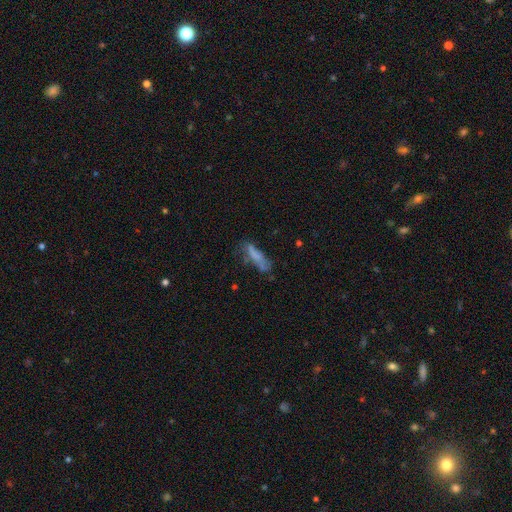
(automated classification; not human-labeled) Smooth or featured: smooth — 66% (featured or disk — 24%)
How rounded: cigar-shaped — 66% (in between — 32%)
Merging: none — 47% (minor disturbance — 28%)